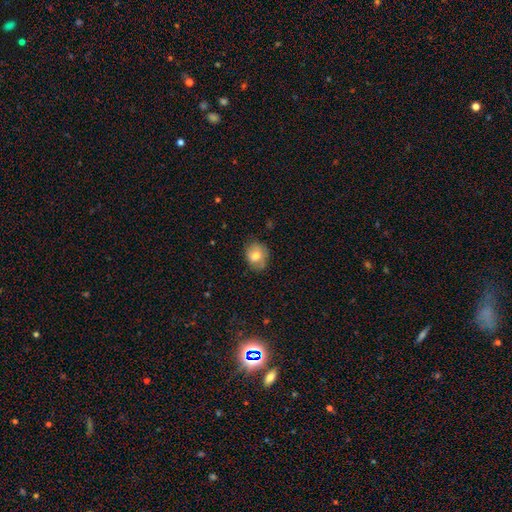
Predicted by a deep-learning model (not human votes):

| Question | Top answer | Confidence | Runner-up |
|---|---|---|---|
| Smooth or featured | smooth | 75% | featured or disk (17%) |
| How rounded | round | 58% | in between (41%) |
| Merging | none | 71% | minor disturbance (22%) |